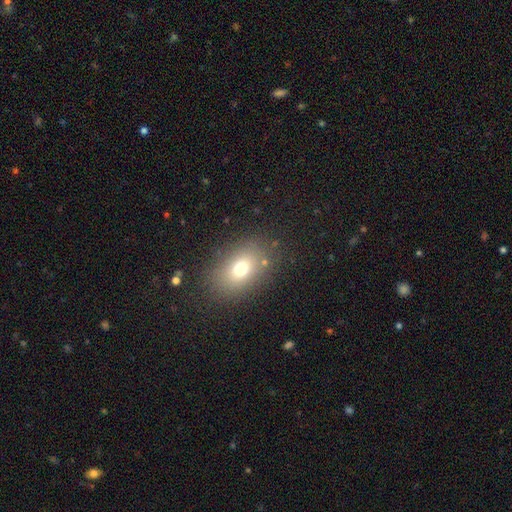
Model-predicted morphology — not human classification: Smooth or featured?
  - smooth: 70% *
  - star or artifact: 18%
  - featured or disk: 13%
How rounded?
  - in between: 73% *
  - round: 26%
  - cigar-shaped: 2%
Merging?
  - none: 85% *
  - minor disturbance: 10%
  - major disturbance: 3%
  - merger: 2%